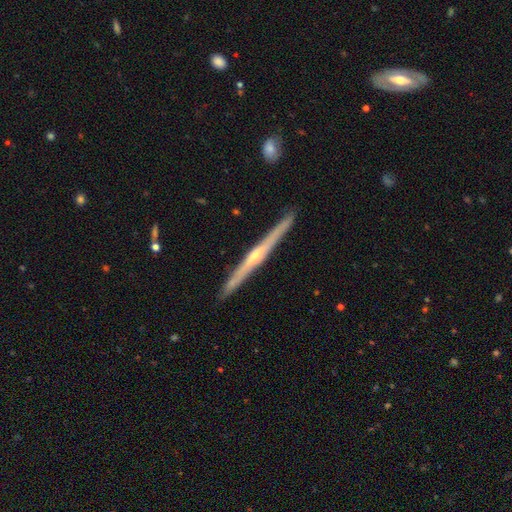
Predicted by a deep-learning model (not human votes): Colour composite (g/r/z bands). It shows a featured or disk galaxy (81%) viewed edge-on (98%) with a rounded central bulge (76%). Merging: none (92%).